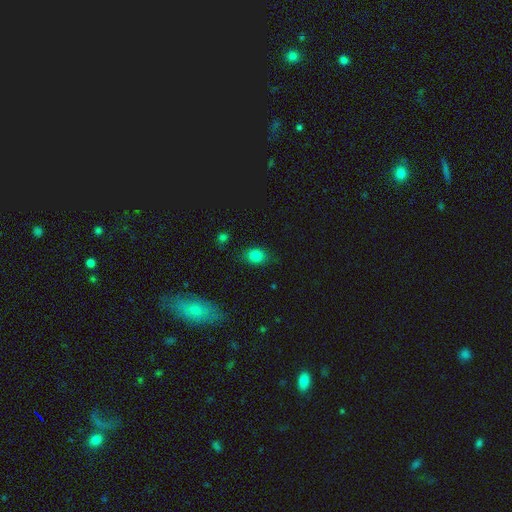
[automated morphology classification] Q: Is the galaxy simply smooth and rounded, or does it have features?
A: smooth — 81%.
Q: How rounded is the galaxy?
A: in between — 52%.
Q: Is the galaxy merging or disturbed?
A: none — 77%.